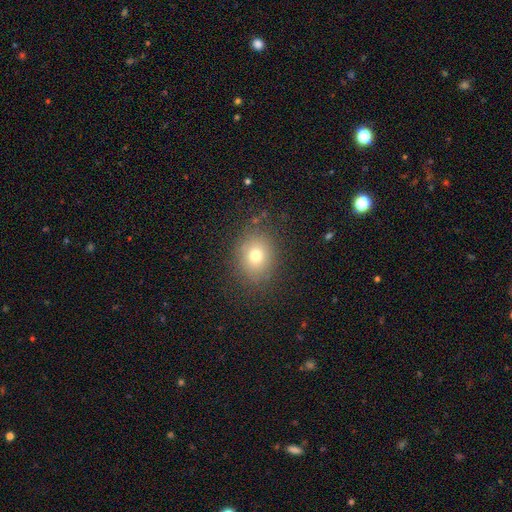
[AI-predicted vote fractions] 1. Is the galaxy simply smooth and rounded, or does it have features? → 74% smooth, 14% star or artifact, 12% featured or disk.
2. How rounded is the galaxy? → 61% round, 38% in between, 1% cigar-shaped.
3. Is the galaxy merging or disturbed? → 83% none, 11% minor disturbance, 5% major disturbance, 1% merger.